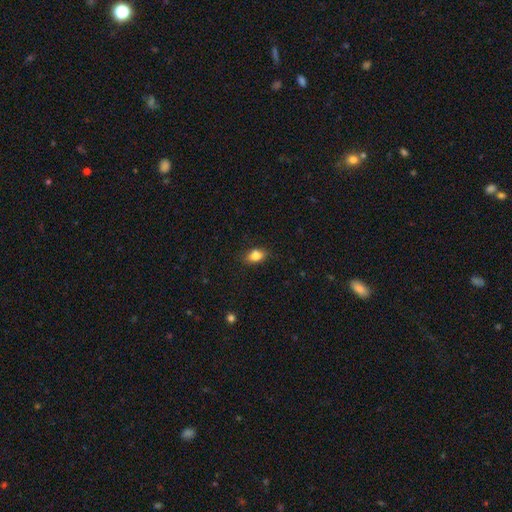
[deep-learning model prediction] The model was most divided on "how rounded": in between: 78%, round: 19%, cigar-shaped: 3%. More confident: smooth or featured — smooth (82%); merging — none (81%).